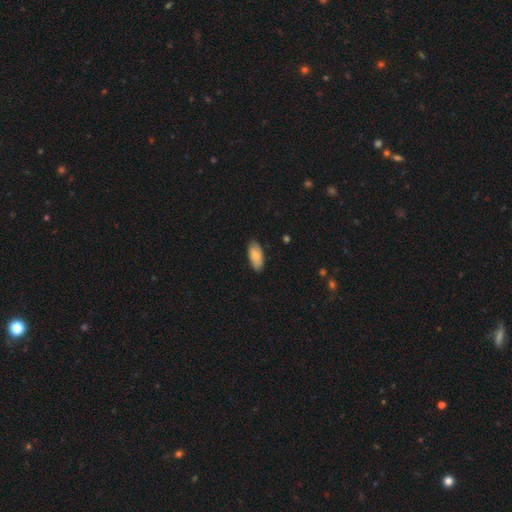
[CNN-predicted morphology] A smooth galaxy with no disk features (81%) that is in between round and cigar-shaped (91%). Merging: none (81%).